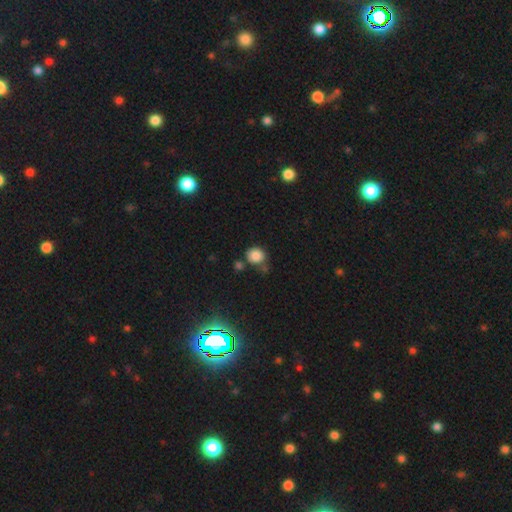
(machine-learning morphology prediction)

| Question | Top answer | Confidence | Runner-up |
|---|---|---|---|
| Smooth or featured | smooth | 84% | star or artifact (11%) |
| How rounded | round | 84% | in between (15%) |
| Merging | none | 66% | minor disturbance (16%) |